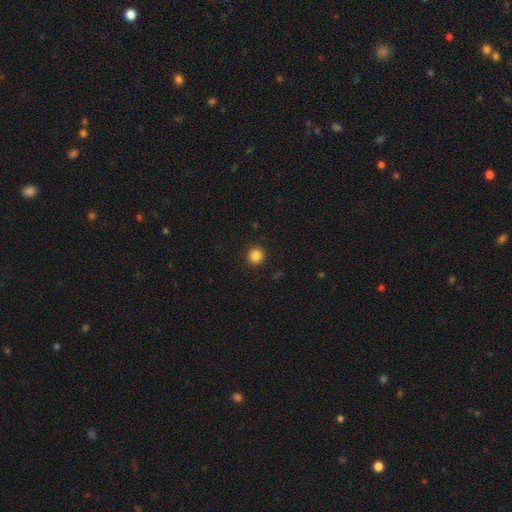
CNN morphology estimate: smooth 86%, star or artifact 11%, featured or disk 3%. Down the decision tree: how rounded — round (95%); merging — none (92%).